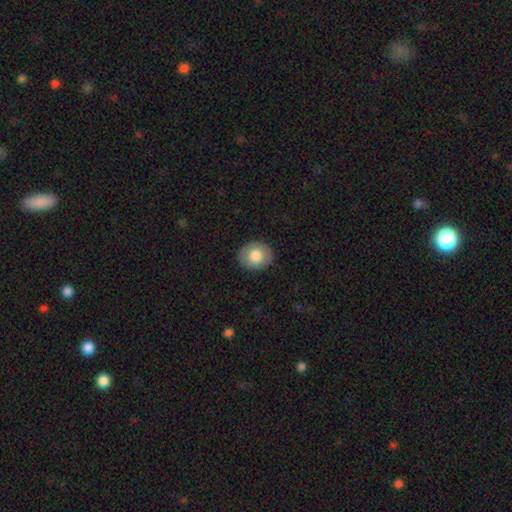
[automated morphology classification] Smooth or featured?
  - smooth: 78% *
  - featured or disk: 15%
  - star or artifact: 7%
How rounded?
  - round: 71% *
  - in between: 28%
  - cigar-shaped: 1%
Merging?
  - none: 89% *
  - minor disturbance: 8%
  - major disturbance: 2%
  - merger: 1%